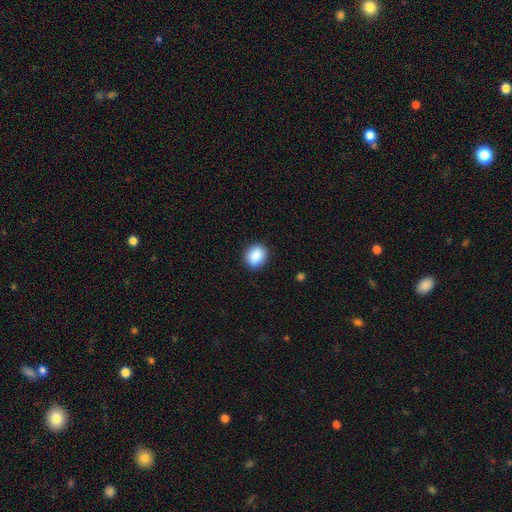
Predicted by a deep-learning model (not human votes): Smooth or featured?
  - smooth: 89% *
  - star or artifact: 8%
  - featured or disk: 3%
How rounded?
  - round: 58% *
  - in between: 41%
  - cigar-shaped: 1%
Merging?
  - none: 89% *
  - minor disturbance: 8%
  - major disturbance: 2%
  - merger: 1%